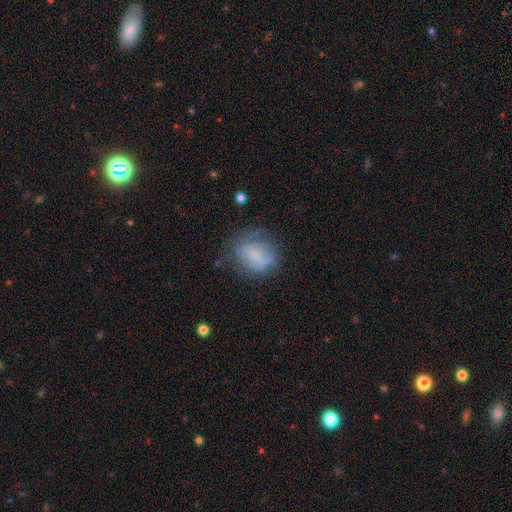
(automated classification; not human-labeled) This appears to be a smooth galaxy with no disk features (62%) that is in between round and cigar-shaped (57%). Merging: none (52%).